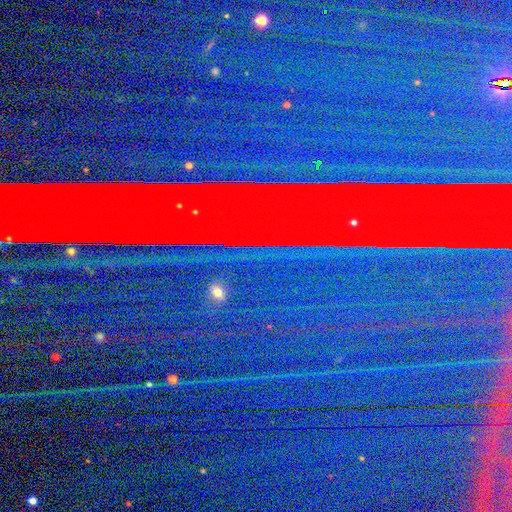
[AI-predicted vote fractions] Smooth or featured? star or artifact (87%)